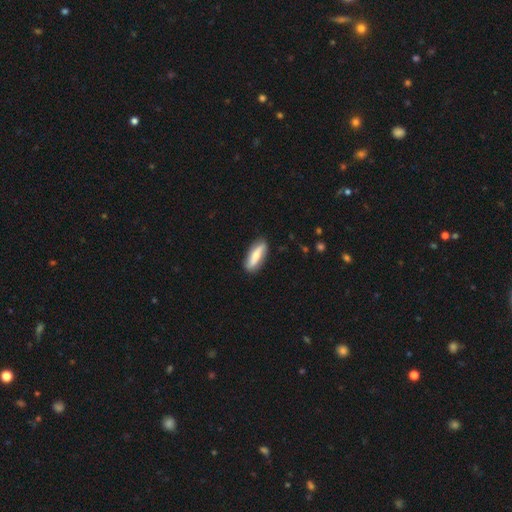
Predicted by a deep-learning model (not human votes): The model was most divided on "how rounded": cigar-shaped: 50%, in between: 48%, round: 2%. More confident: merging — none (86%); smooth or featured — smooth (55%).